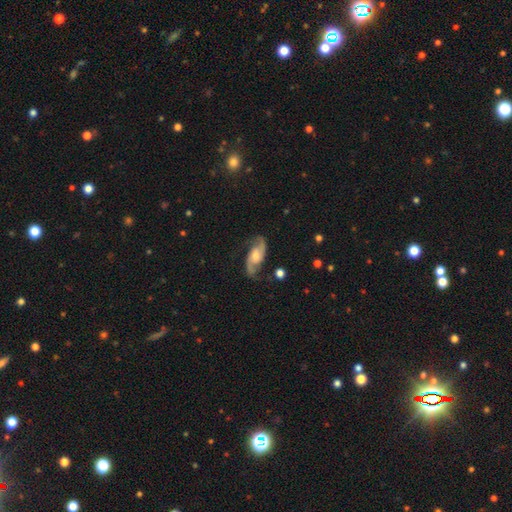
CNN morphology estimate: This is clearly a featured or disk galaxy (85%). It is clearly not viewed edge-on (96%). Bar: possibly no (53%). Spiral arm pattern: clearly yes (97%). Spiral arm count: clearly 2 (93%). Spiral winding: possibly medium (46%). Central bulge: possibly moderate (47%). Merging: likely none (77%).